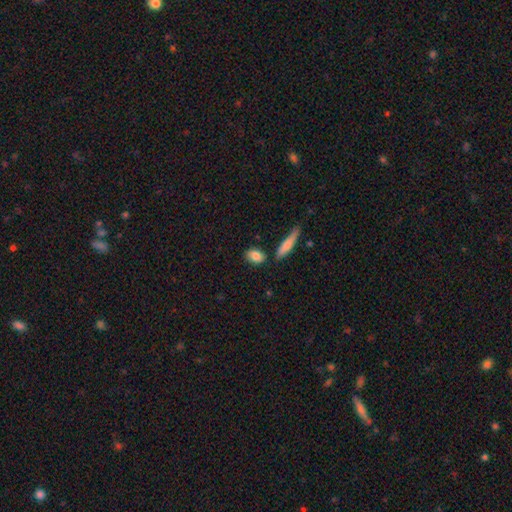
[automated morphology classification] Smooth or featured? smooth (84%)
How rounded? in between (77%)
Merging? none (78%)